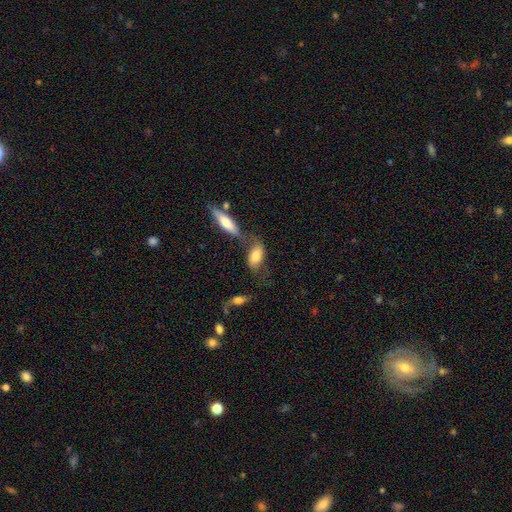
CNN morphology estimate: Q: Smooth or featured?
A: smooth (69%); runner-up: featured or disk (24%)
Q: How rounded?
A: in between (85%); runner-up: cigar-shaped (10%)
Q: Merging?
A: merger (37%); runner-up: none (34%)